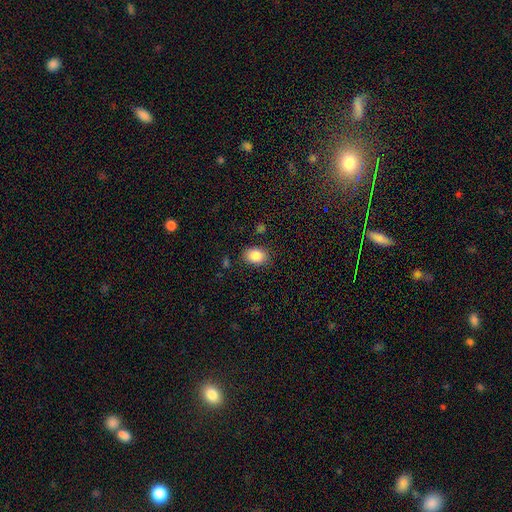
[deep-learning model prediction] Smooth or featured? smooth (87%)
How rounded? in between (70%)
Merging? none (82%)